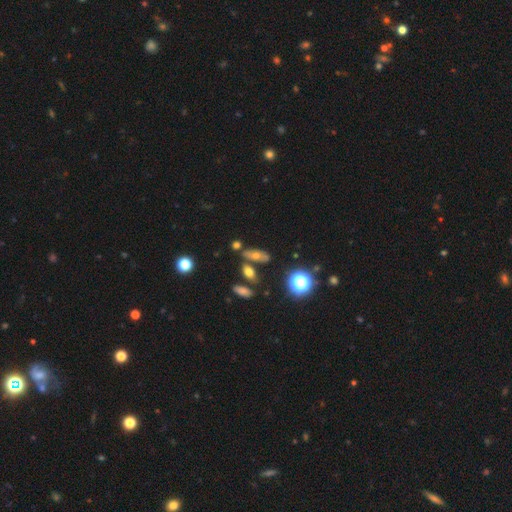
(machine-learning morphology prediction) Smooth or featured?
  - smooth: 45% *
  - featured or disk: 35%
  - star or artifact: 20%
Merging?
  - none: 69% *
  - merger: 13%
  - minor disturbance: 13%
  - major disturbance: 5%